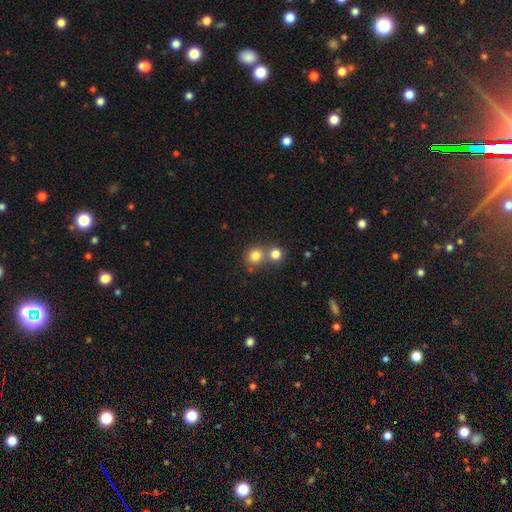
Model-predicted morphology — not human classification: Smooth or featured?
  - smooth: 79% *
  - star or artifact: 14%
  - featured or disk: 8%
How rounded?
  - round: 87% *
  - in between: 12%
  - cigar-shaped: 1%
Merging?
  - none: 55% *
  - merger: 37%
  - minor disturbance: 6%
  - major disturbance: 3%